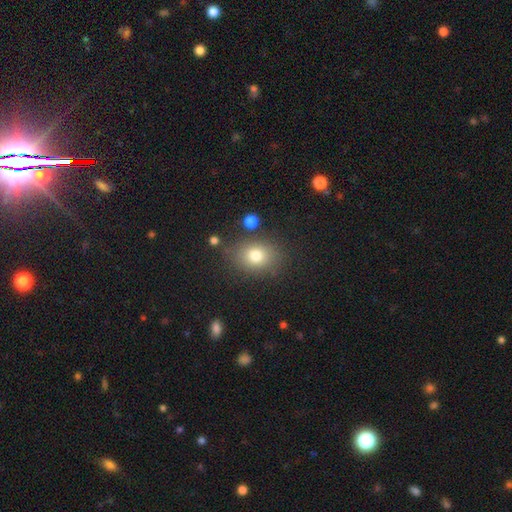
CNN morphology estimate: This appears to be a smooth galaxy with no disk features (77%) that is in between round and cigar-shaped (53%). Merging: none (79%).